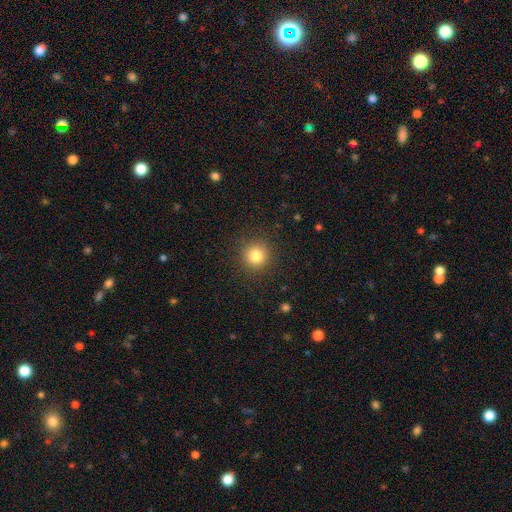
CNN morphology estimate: This is clearly a smooth galaxy (81%). How rounded: clearly round (94%). Merging: clearly none (90%).